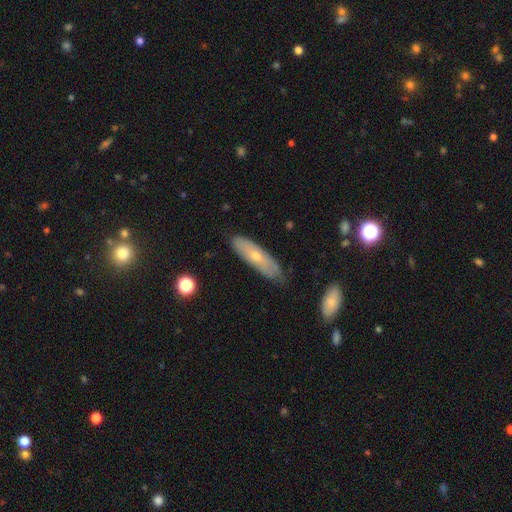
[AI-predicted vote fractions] Morphology: type=smooth (53%); roundness=cigar-shaped (62%); merging=none (77%).